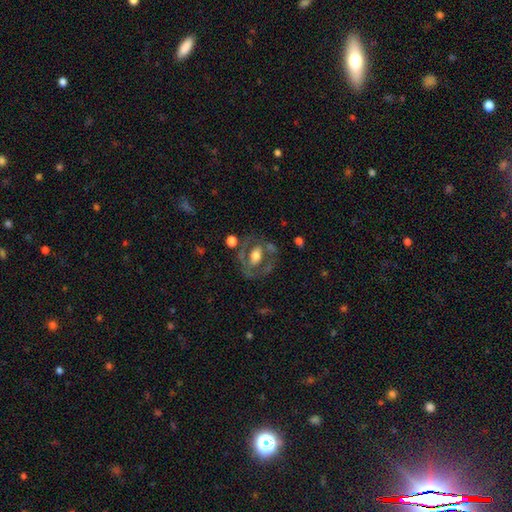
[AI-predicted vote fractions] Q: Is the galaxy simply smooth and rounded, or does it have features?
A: featured or disk — 57%.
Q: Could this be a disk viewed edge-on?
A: no — 92%.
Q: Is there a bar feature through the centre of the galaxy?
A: no — 59%.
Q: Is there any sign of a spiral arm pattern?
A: no — 77%.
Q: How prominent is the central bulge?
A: moderate — 52%.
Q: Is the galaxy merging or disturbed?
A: none — 59%.